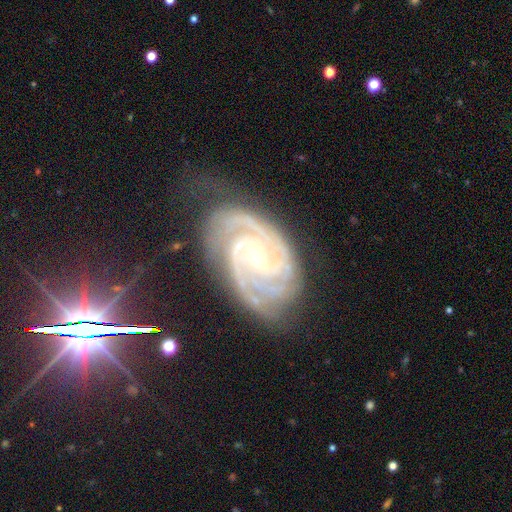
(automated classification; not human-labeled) This appears to be a featured or disk galaxy (91%) with no bar (45%), 3 (35%) tight (71%) spiral arms (99%) and a small central bulge (75%). Merging: none (68%).